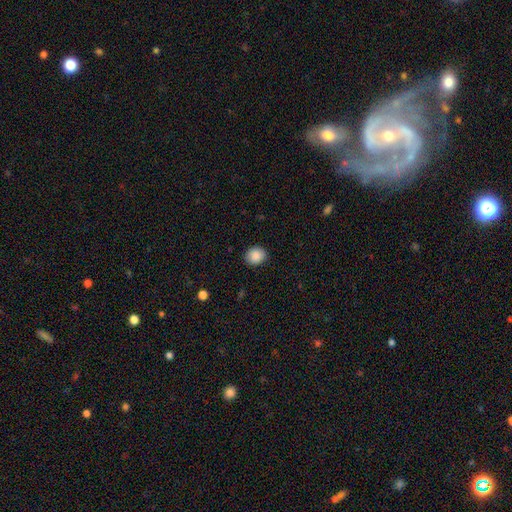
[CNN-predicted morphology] A smooth galaxy with no disk features (88%) that is round (67%). Merging: none (88%).